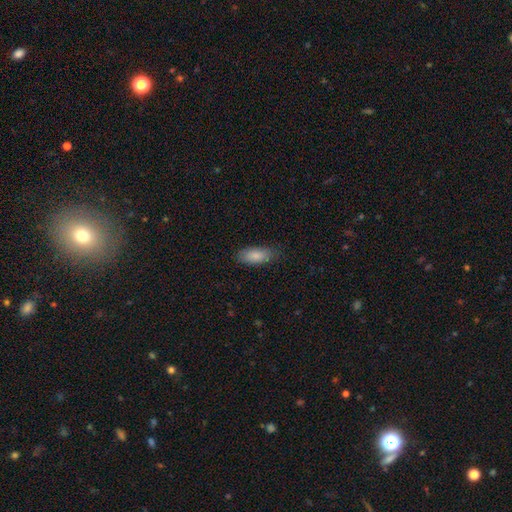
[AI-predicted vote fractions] smooth-or-featured: smooth: 85% | featured or disk: 8% | star or artifact: 6%
  how-rounded: in between: 85% | cigar-shaped: 13% | round: 2%
  merging: none: 82% | minor disturbance: 14% | major disturbance: 3% | merger: 1%